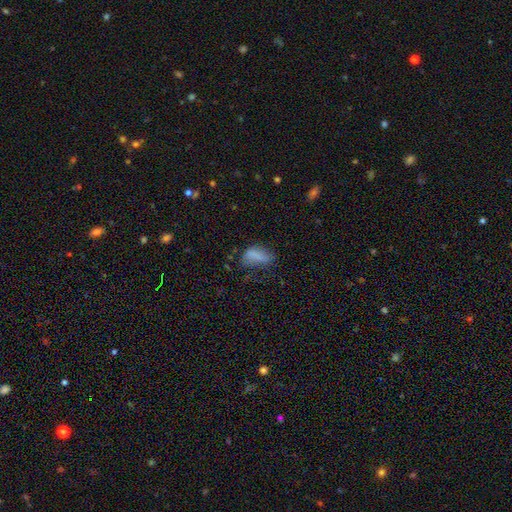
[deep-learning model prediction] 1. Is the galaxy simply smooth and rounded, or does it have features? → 73% smooth, 16% featured or disk, 12% star or artifact.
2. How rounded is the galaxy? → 84% in between, 11% cigar-shaped, 4% round.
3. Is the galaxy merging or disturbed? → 35% none, 32% minor disturbance, 28% major disturbance, 5% merger.